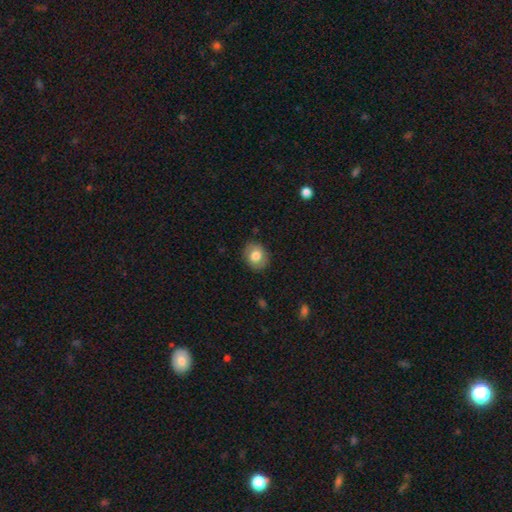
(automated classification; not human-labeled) Smooth or featured? smooth (74%)
How rounded? round (52%)
Merging? none (83%)